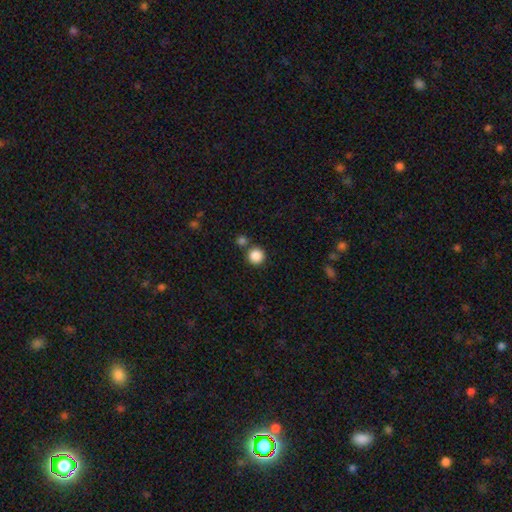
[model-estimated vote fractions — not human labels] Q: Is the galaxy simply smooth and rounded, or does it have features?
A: smooth — 87%.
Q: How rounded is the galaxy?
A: round — 95%.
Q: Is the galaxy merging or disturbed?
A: none — 77%.